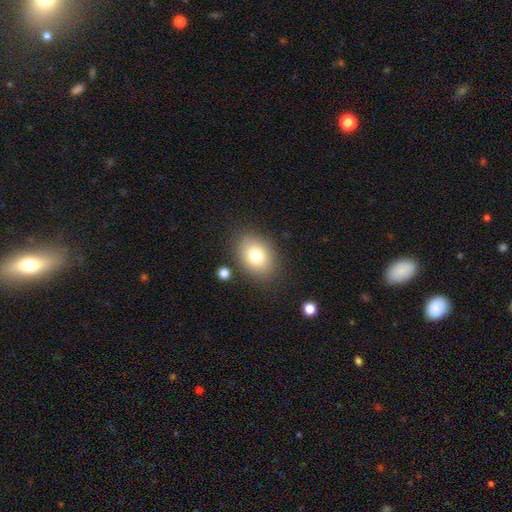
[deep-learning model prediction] Smooth or featured? Predicted: smooth (p=0.78). How rounded? Predicted: in between (p=0.69). Merging? Predicted: none (p=0.83).